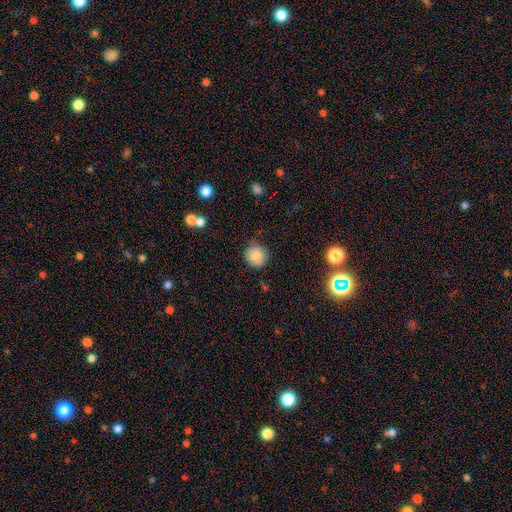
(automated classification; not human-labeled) Morphology: type=smooth (83%); roundness=round (92%); merging=none (78%).